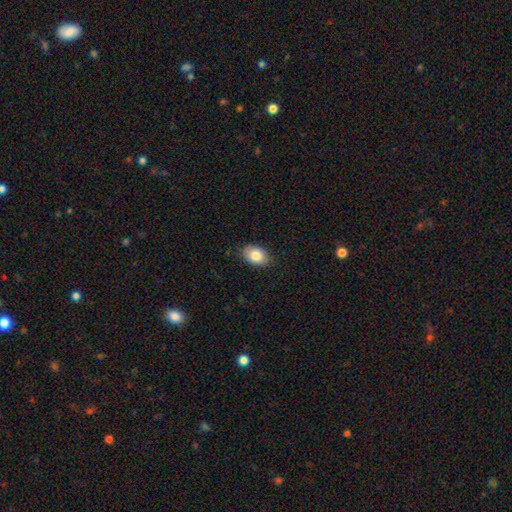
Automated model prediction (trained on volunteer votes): A smooth galaxy with no disk features (84%) that is in between round and cigar-shaped (84%). Merging: none (84%).